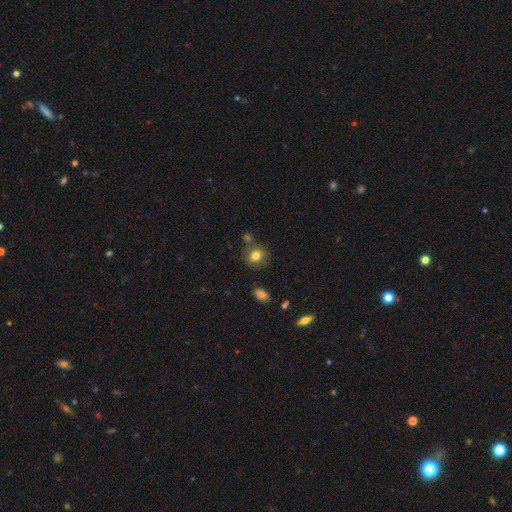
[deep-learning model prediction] smooth 80%, star or artifact 11%, featured or disk 9%. Down the decision tree: how rounded — round (75%); merging — none (76%).